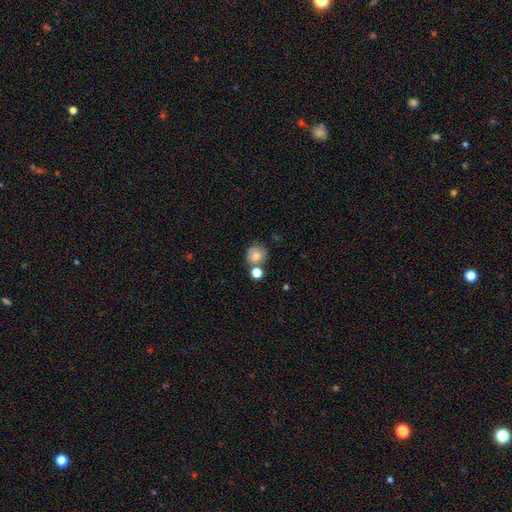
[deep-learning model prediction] smooth 79%, featured or disk 11%, star or artifact 10%. Down the decision tree: how rounded — round (86%); merging — none (60%).